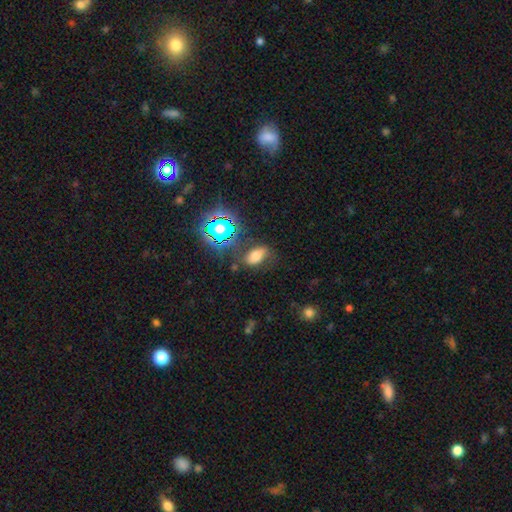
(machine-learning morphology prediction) The model was most divided on "smooth or featured": smooth: 59%, star or artifact: 24%, featured or disk: 17%. More confident: how rounded — in between (86%); merging — none (62%).